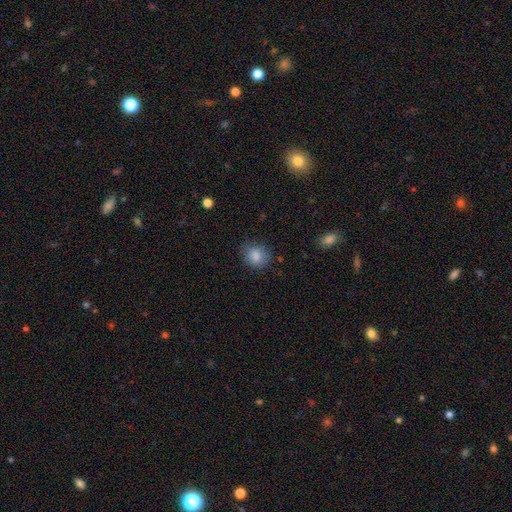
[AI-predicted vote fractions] Q: Smooth or featured?
A: smooth (85%); runner-up: star or artifact (9%)
Q: How rounded?
A: round (63%); runner-up: in between (36%)
Q: Merging?
A: none (76%); runner-up: minor disturbance (18%)